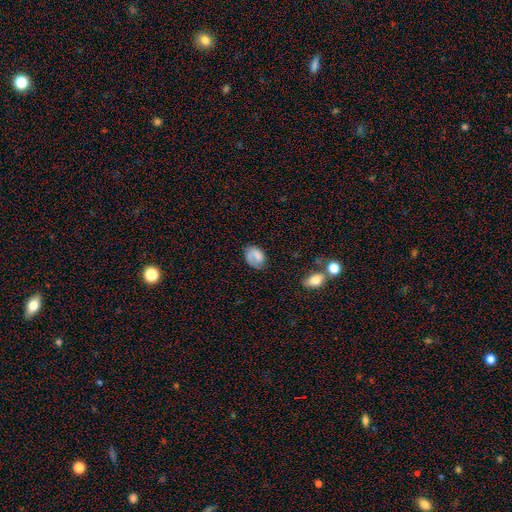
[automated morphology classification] Smooth or featured? smooth (62%)
How rounded? in between (70%)
Merging? none (56%)